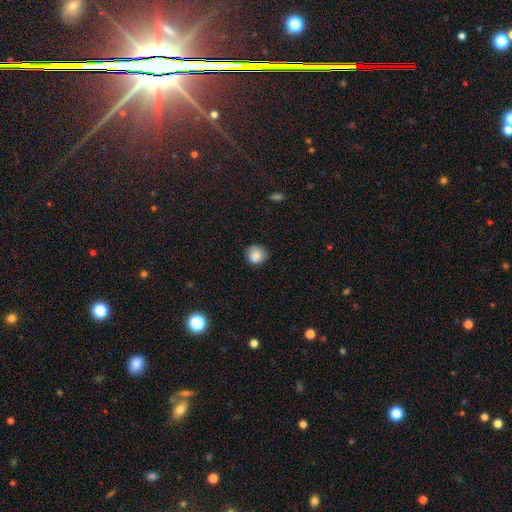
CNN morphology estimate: A smooth galaxy with no disk features (85%) that is round (87%). Merging: none (78%).